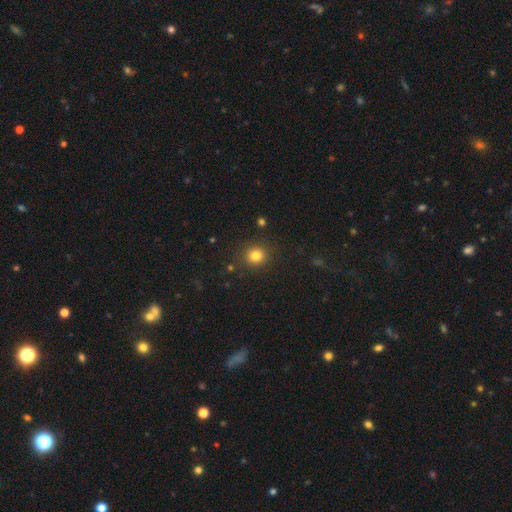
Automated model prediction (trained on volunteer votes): Smooth or featured: smooth — 81% (star or artifact — 13%)
How rounded: round — 86% (in between — 13%)
Merging: none — 88% (minor disturbance — 7%)